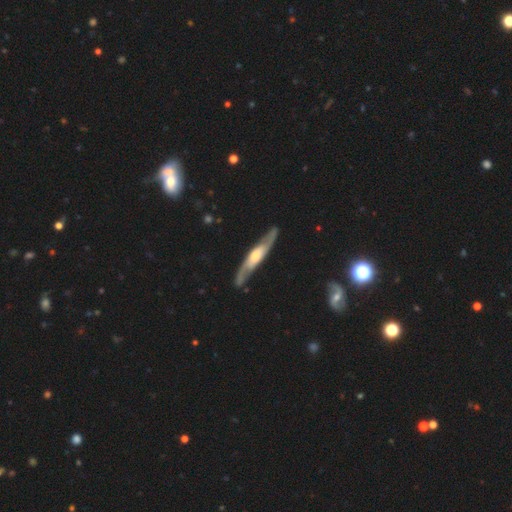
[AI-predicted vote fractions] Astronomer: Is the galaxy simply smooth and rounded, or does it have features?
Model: featured or disk — 76%.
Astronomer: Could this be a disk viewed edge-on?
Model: yes — 61% (runner-up: no, 39%).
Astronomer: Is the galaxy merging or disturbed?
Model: none — 85%.